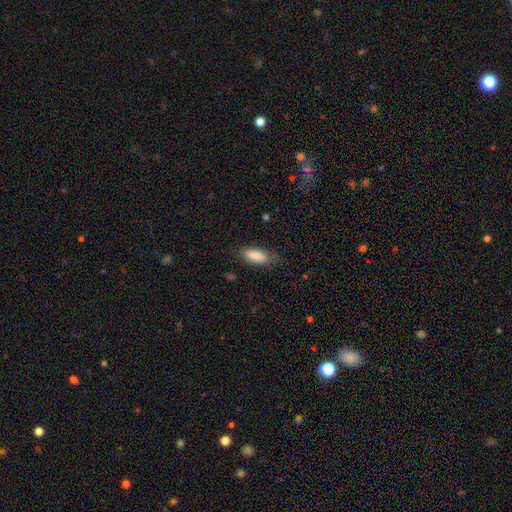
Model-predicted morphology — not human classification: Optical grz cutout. It shows a smooth galaxy with no disk features (86%) that is in between round and cigar-shaped (71%). Merging: none (75%).